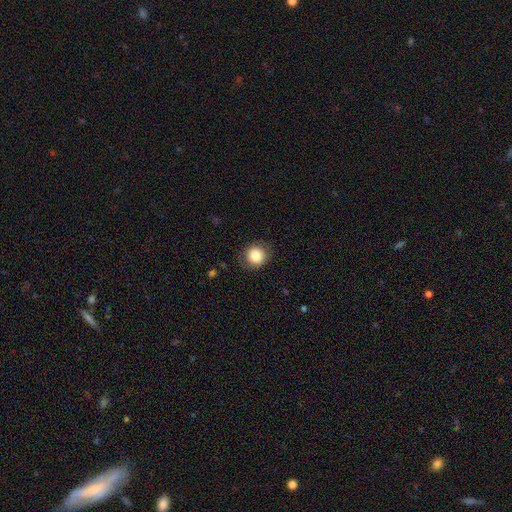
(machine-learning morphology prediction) smooth_or_featured: smooth (p=0.84) [alt: star or artifact p=0.09]
how_rounded: round (p=0.86) [alt: in between p=0.13]
merging: none (p=0.82) [alt: minor disturbance p=0.13]